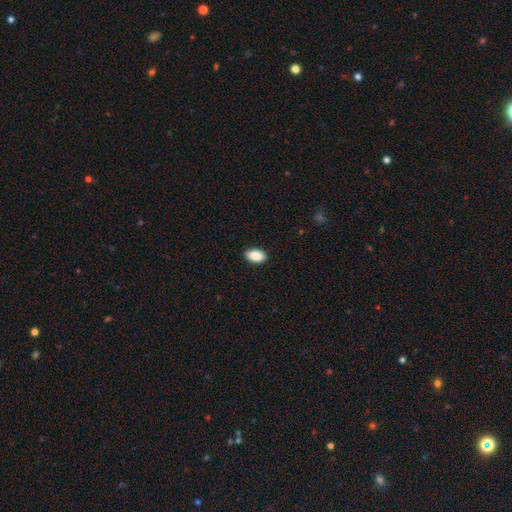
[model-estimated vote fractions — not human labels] Smooth or featured? Predicted: smooth (p=0.88). How rounded? Predicted: in between (p=0.93). Merging? Predicted: none (p=0.90).